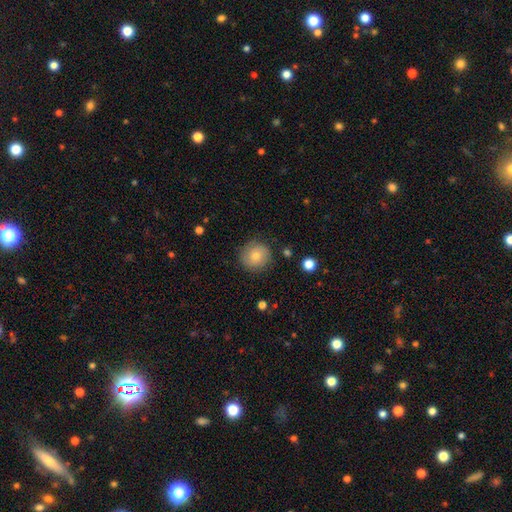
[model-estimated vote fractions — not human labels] Smooth or featured? smooth (68%)
How rounded? round (91%)
Merging? none (84%)